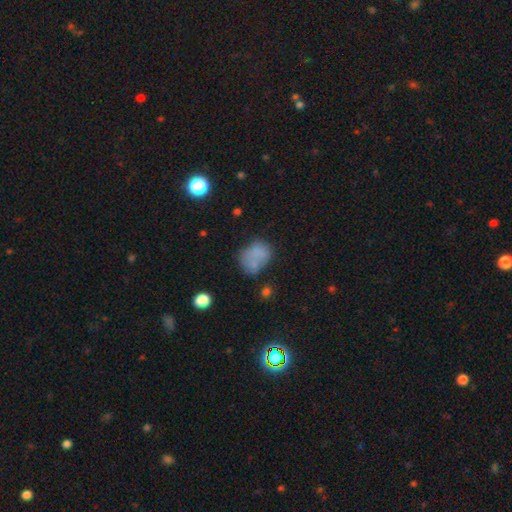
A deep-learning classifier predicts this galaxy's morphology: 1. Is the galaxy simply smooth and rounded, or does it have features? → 71% smooth, 16% featured or disk, 13% star or artifact.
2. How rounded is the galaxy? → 53% in between, 46% round, 1% cigar-shaped.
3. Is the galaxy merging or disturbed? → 48% none, 24% minor disturbance, 15% merger, 14% major disturbance.